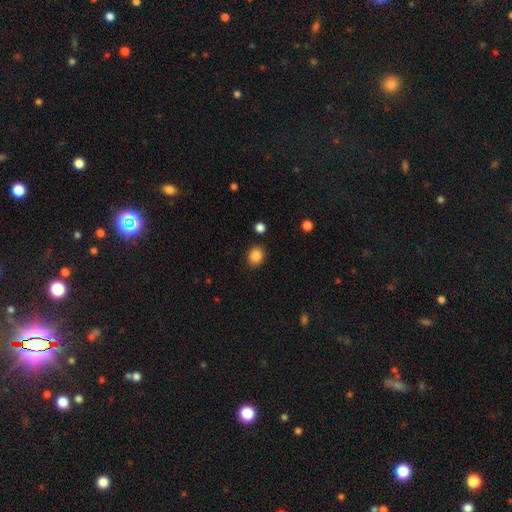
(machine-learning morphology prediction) A smooth galaxy with no disk features (85%) that is round (57%).

Vote fractions:
- Smooth or featured? smooth: 85% / star or artifact: 10% / featured or disk: 5%
- How rounded? round: 57% / in between: 42% / cigar-shaped: 1%
- Merging? none: 87% / minor disturbance: 9% / major disturbance: 2% / merger: 2%